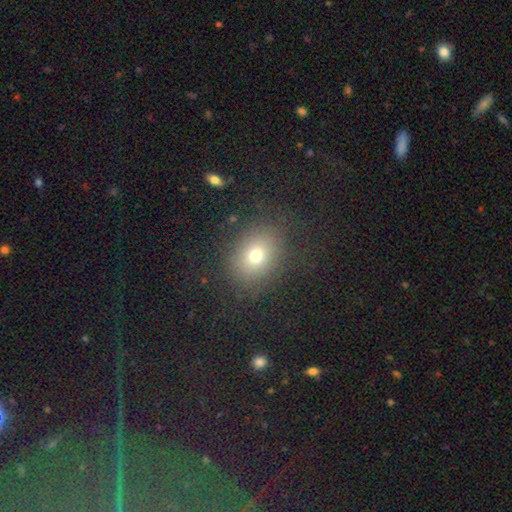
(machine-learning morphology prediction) Overall: smooth (72%). How rounded: round (50%; in between 49%). Merging: none (82%).